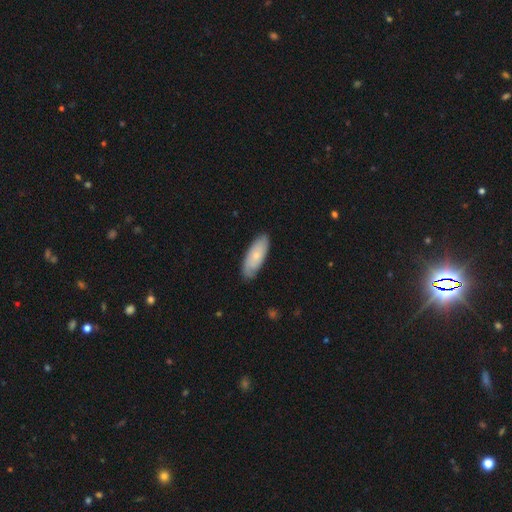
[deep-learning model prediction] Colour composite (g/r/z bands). It shows a smooth galaxy with no disk features (63%) that is in between round and cigar-shaped (73%). Merging: none (81%).